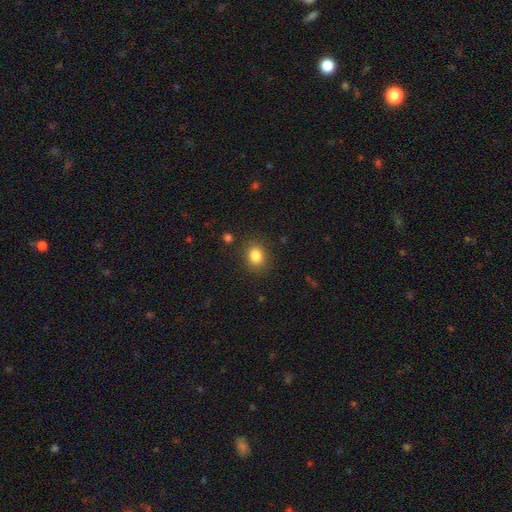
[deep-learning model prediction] Q: Smooth or featured?
A: smooth (84%); runner-up: star or artifact (10%)
Q: How rounded?
A: round (59%); runner-up: in between (40%)
Q: Merging?
A: none (86%); runner-up: minor disturbance (9%)